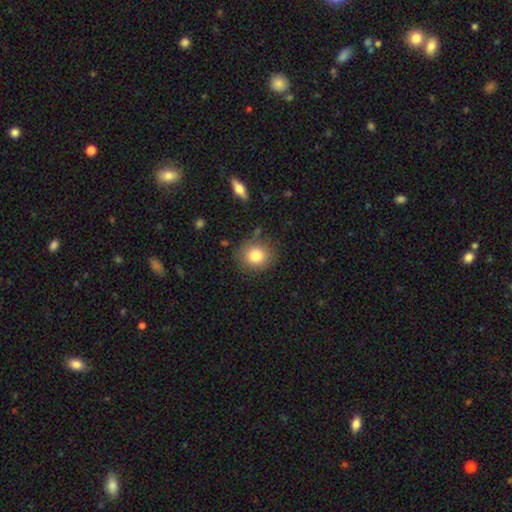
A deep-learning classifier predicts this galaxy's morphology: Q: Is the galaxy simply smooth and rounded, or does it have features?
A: smooth — 81%.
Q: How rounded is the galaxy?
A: round — 81%.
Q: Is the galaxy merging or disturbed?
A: none — 83%.